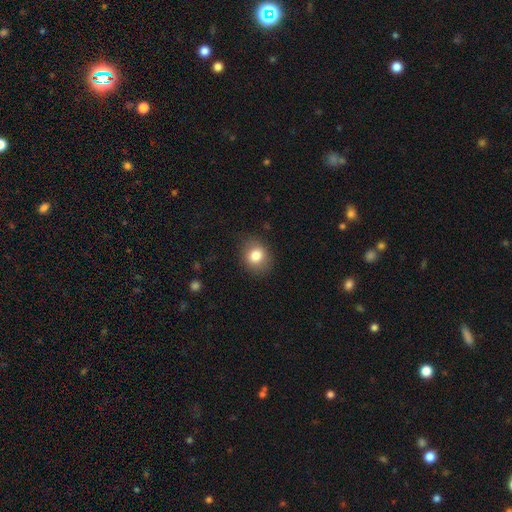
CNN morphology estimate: Q: Smooth or featured?
A: smooth (82%); runner-up: star or artifact (10%)
Q: How rounded?
A: round (66%); runner-up: in between (33%)
Q: Merging?
A: none (83%); runner-up: minor disturbance (13%)